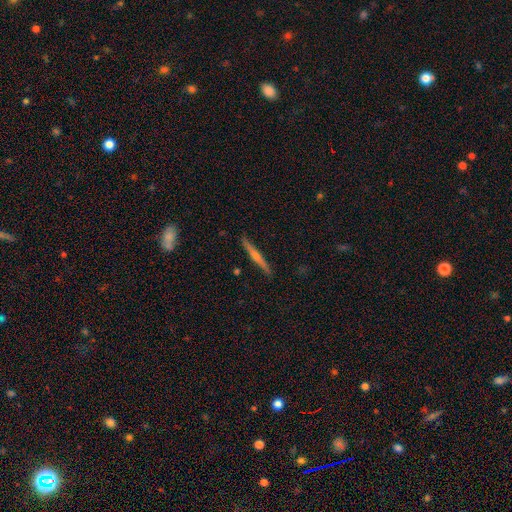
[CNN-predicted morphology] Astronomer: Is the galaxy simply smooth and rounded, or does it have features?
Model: featured or disk — 66%.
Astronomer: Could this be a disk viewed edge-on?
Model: yes — 98%.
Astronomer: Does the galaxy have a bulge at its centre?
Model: rounded — 76%.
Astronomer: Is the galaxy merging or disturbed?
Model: none — 90%.